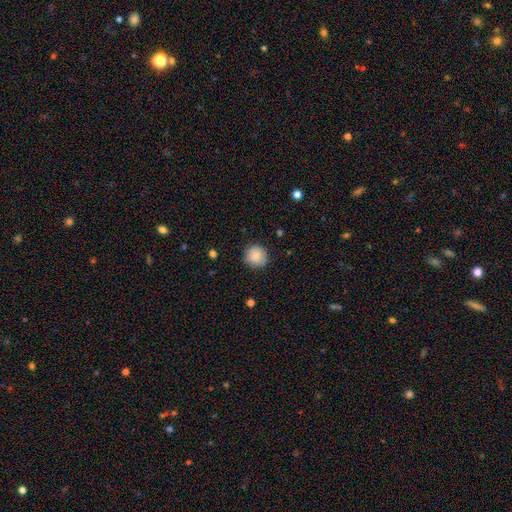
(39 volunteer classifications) Morphology: type=smooth (87%); roundness=round (100%); merging=none (97%).